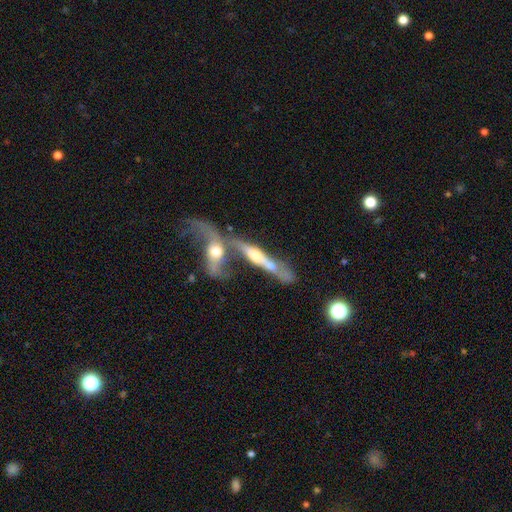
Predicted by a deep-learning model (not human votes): smooth_or_featured: featured or disk (p=0.73) [alt: smooth p=0.20]
disk_edge_on: yes (p=0.73) [alt: no p=0.27]
edge_on_bulge: rounded (p=0.85) [alt: none p=0.08]
merging: merger (p=0.66) [alt: none p=0.17]